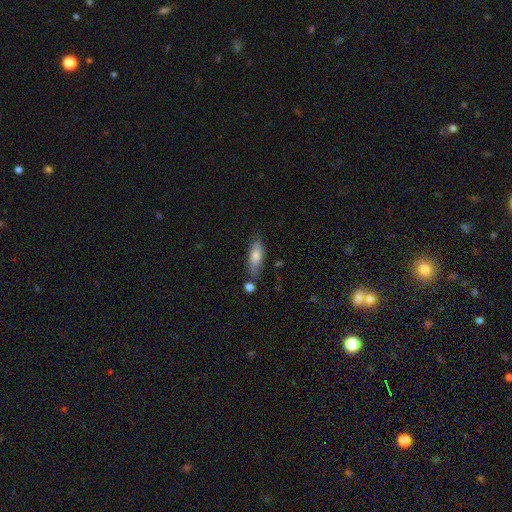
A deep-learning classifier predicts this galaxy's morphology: The model was most divided on "how rounded": in between: 65%, cigar-shaped: 32%, round: 2%. More confident: smooth or featured — smooth (74%); merging — none (72%).